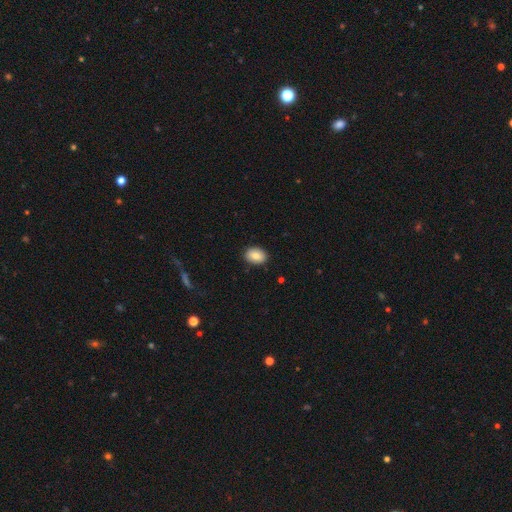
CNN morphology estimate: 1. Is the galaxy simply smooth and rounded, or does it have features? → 84% smooth, 9% featured or disk, 8% star or artifact.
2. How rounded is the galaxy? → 75% in between, 24% round, 1% cigar-shaped.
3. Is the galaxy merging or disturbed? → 88% none, 9% minor disturbance, 2% major disturbance, 1% merger.